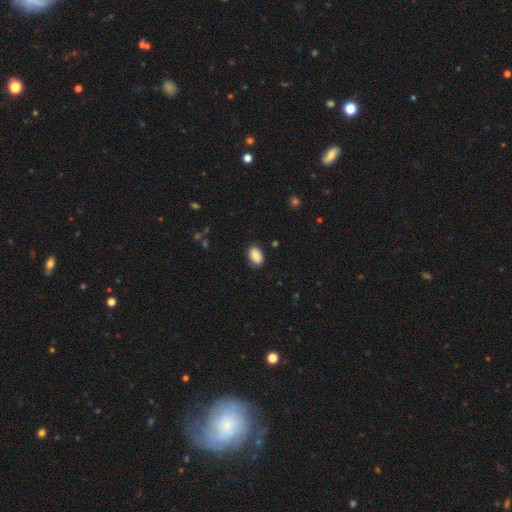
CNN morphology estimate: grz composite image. It shows a smooth galaxy with no disk features (87%) that is in between round and cigar-shaped (87%). Merging: none (86%).